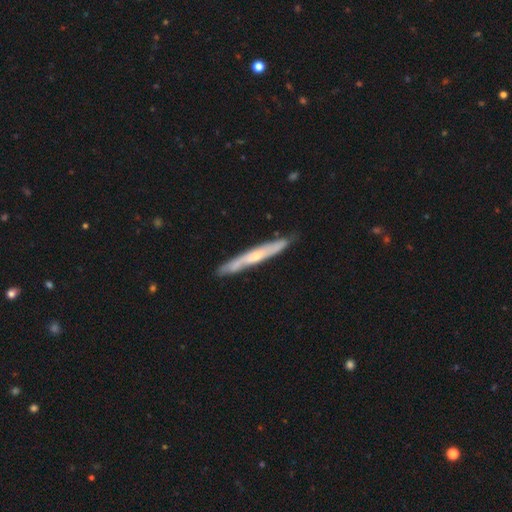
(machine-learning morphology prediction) Smooth or featured? Predicted: featured or disk (p=0.60). Edge-on disk? Predicted: yes (p=0.85). Edge-on bulge? Predicted: none (p=0.48). Merging? Predicted: none (p=0.79).